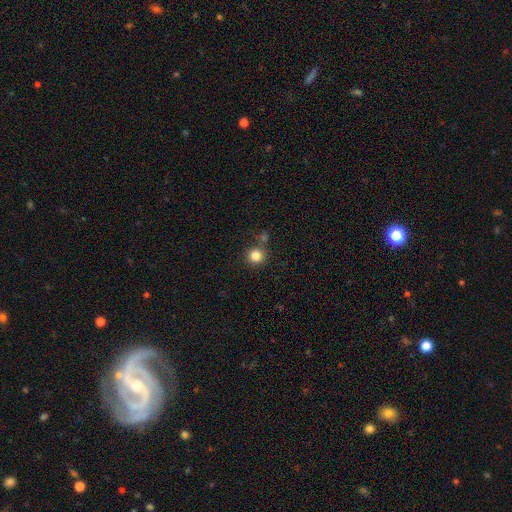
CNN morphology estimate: The model was most divided on "merging": none: 77%, merger: 11%, minor disturbance: 9%, major disturbance: 3%. More confident: how rounded — round (94%); smooth or featured — smooth (83%).